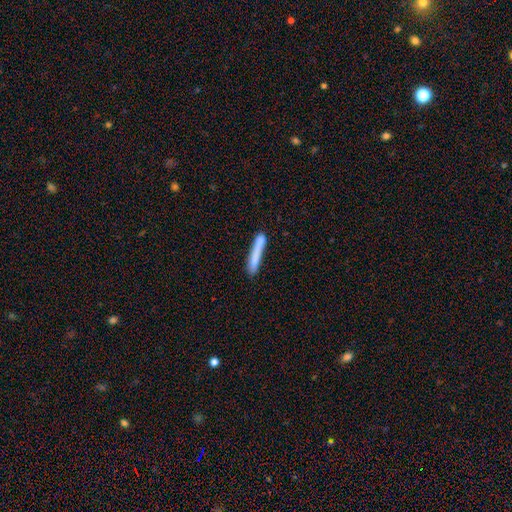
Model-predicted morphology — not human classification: Q: Smooth or featured?
A: smooth (76%); runner-up: featured or disk (18%)
Q: How rounded?
A: cigar-shaped (94%); runner-up: in between (5%)
Q: Merging?
A: none (69%); runner-up: minor disturbance (18%)